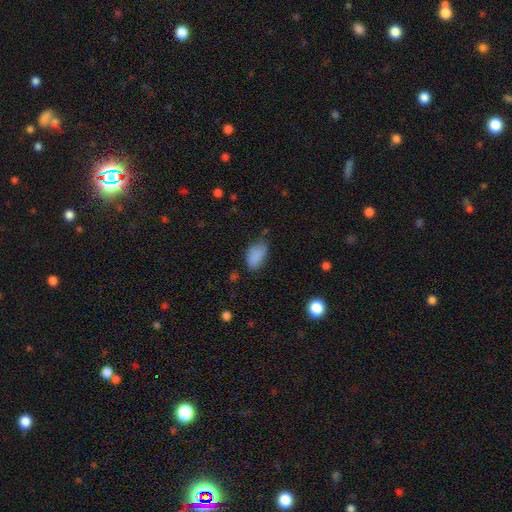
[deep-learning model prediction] smooth-or-featured: smooth: 84% | star or artifact: 9% | featured or disk: 7%
  how-rounded: in between: 91% | round: 7% | cigar-shaped: 2%
  merging: none: 57% | minor disturbance: 32% | major disturbance: 9% | merger: 3%